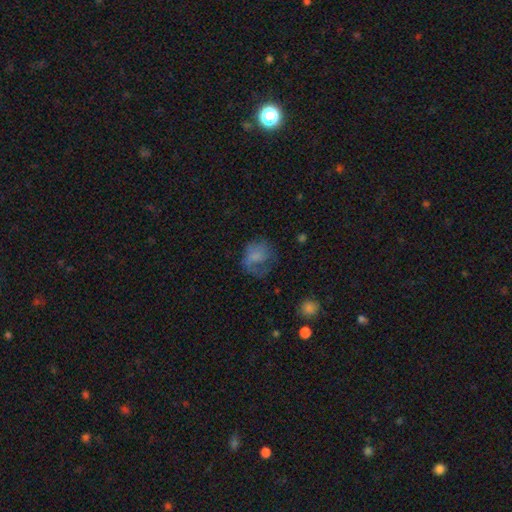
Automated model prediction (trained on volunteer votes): A smooth galaxy with no disk features (58%) that is round (62%).

Vote fractions:
- Smooth or featured? smooth: 58% / featured or disk: 30% / star or artifact: 12%
- How rounded? round: 62% / in between: 37% / cigar-shaped: 1%
- Merging? none: 38% / major disturbance: 35% / minor disturbance: 24% / merger: 2%